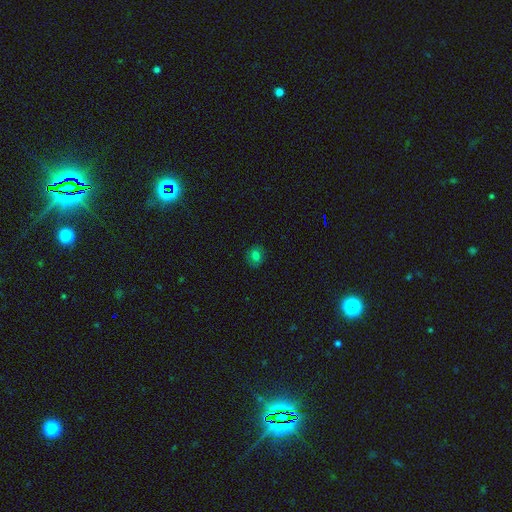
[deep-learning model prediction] smooth 74%, star or artifact 16%, featured or disk 10%. Down the decision tree: how rounded — round (65%); merging — none (85%).